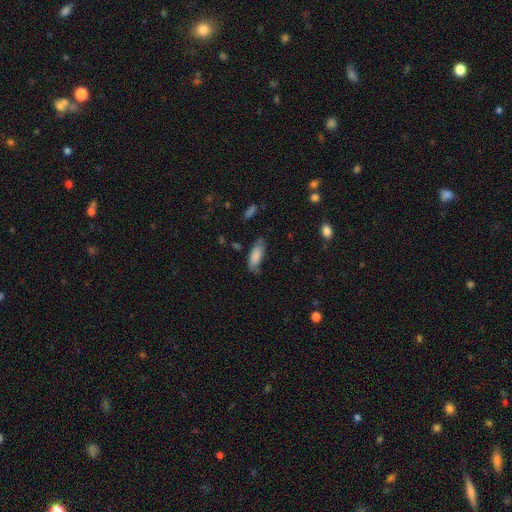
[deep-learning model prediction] smooth 80%, featured or disk 14%, star or artifact 6%. Down the decision tree: how rounded — in between (74%); merging — none (65%).